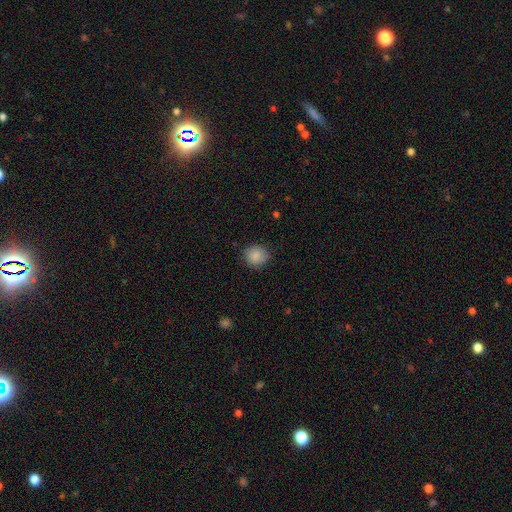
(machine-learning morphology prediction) Overall: smooth (87%). How rounded: round (85%). Merging: none (84%).